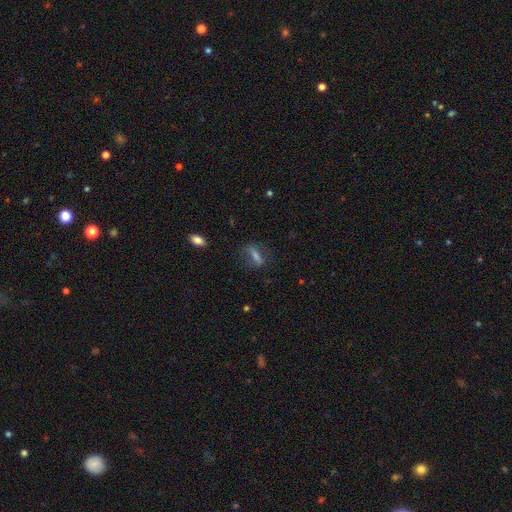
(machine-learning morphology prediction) smooth 55%, featured or disk 34%, star or artifact 11%. Down the decision tree: how rounded — in between (46%); merging — none (66%).